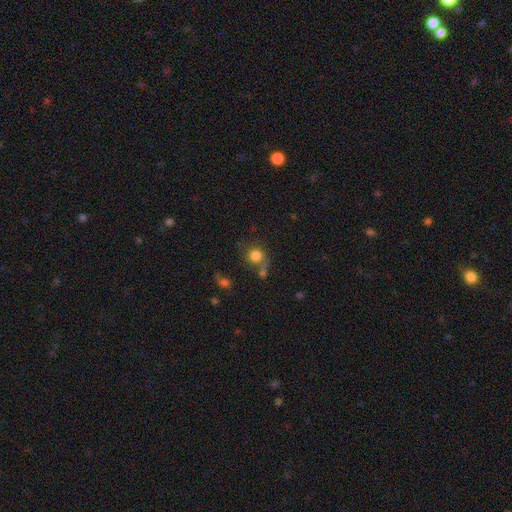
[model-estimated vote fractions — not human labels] Morphology: type=smooth (80%); roundness=round (87%); merging=none (57%).